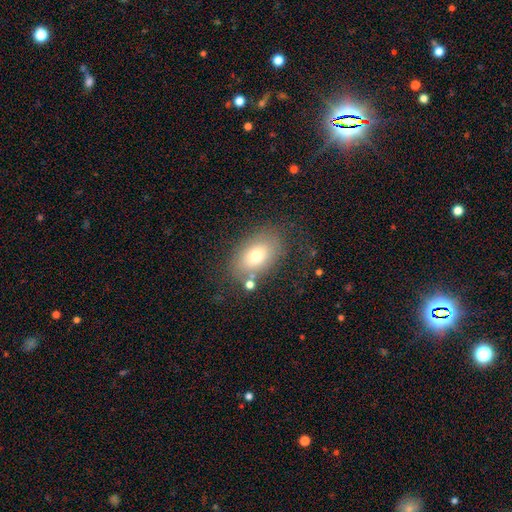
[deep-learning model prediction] This appears to be a smooth galaxy with no disk features (69%) that is in between round and cigar-shaped (85%). Merging: none (69%).